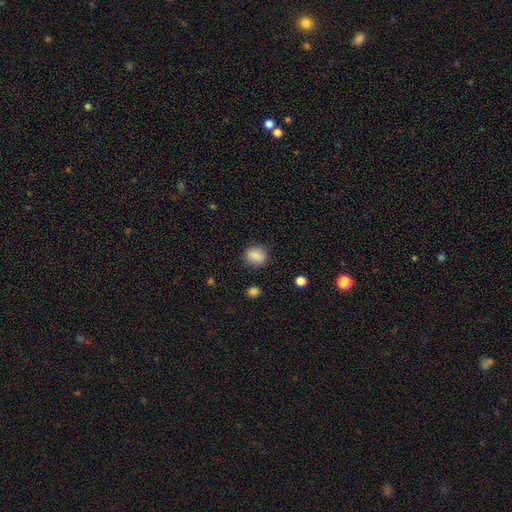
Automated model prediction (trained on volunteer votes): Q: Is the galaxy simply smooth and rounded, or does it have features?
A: smooth — 87%.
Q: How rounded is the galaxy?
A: round — 71%.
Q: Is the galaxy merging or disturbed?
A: none — 85%.